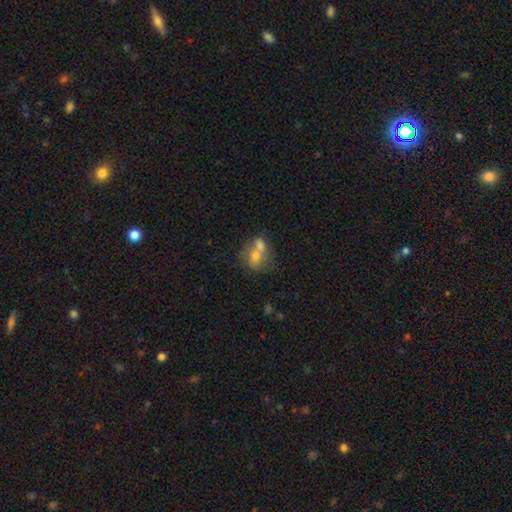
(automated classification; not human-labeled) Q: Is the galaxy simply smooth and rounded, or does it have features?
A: smooth — 66%.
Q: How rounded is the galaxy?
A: in between — 51%.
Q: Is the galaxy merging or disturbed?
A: merger — 63%.